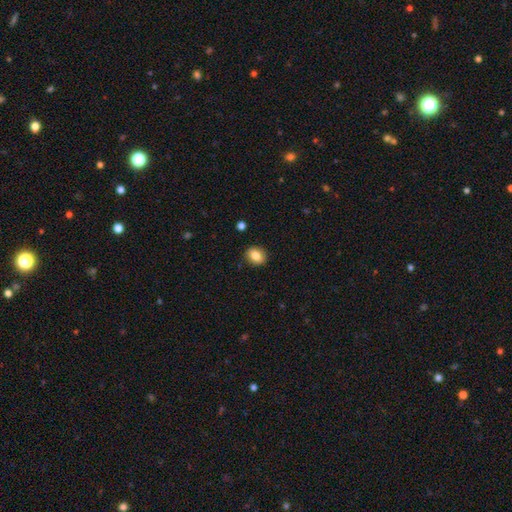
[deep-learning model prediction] This appears to be a smooth galaxy with no disk features (82%) that is round (55%). Merging: none (88%).